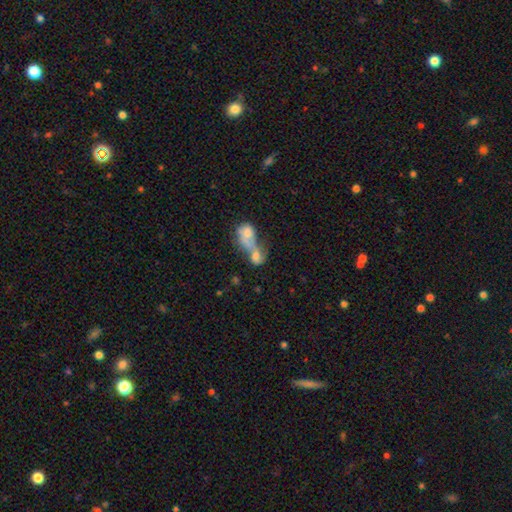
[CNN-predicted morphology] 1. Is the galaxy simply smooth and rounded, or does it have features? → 63% smooth, 26% featured or disk, 10% star or artifact.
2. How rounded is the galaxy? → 66% in between, 30% round, 4% cigar-shaped.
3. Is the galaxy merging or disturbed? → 79% merger, 9% none, 8% major disturbance, 4% minor disturbance.